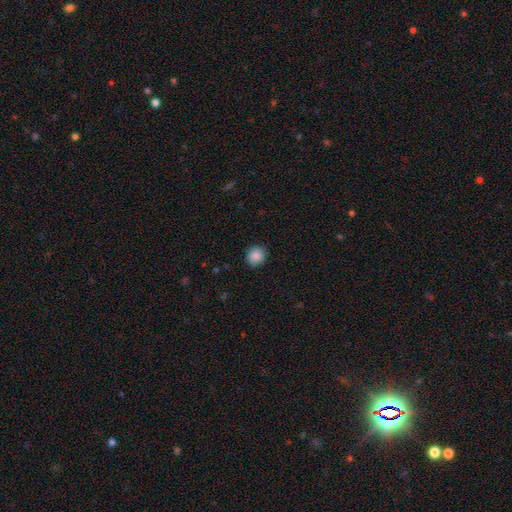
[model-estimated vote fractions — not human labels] This is clearly a smooth galaxy (88%). How rounded: clearly round (84%). Merging: clearly none (87%).